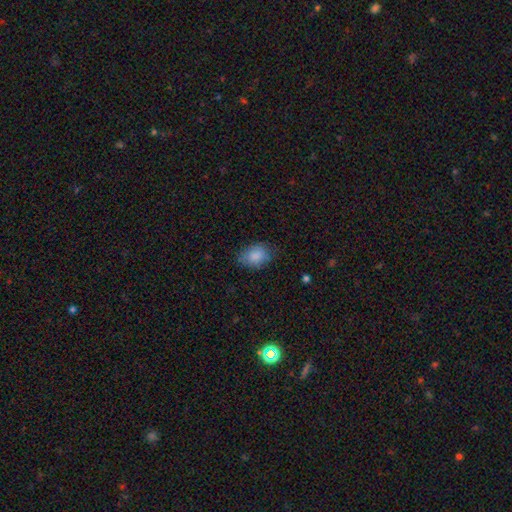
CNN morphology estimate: Smooth or featured? Predicted: smooth (p=0.85). How rounded? Predicted: in between (p=0.75). Merging? Predicted: none (p=0.70).